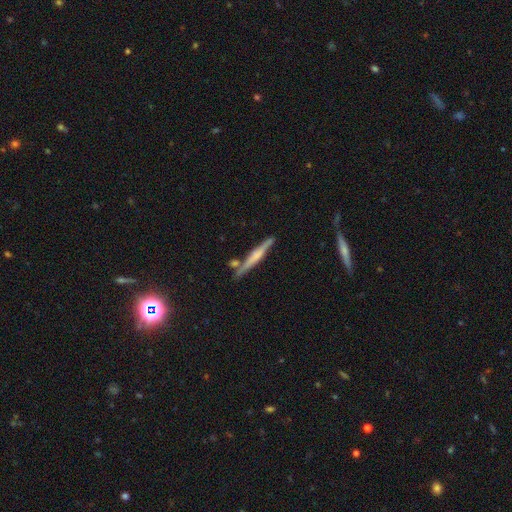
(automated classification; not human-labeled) The model was most divided on "edge-on bulge": rounded: 54%, none: 23%, boxy: 23%. More confident: edge-on disk — yes (97%); merging — none (78%); smooth or featured — featured or disk (63%).